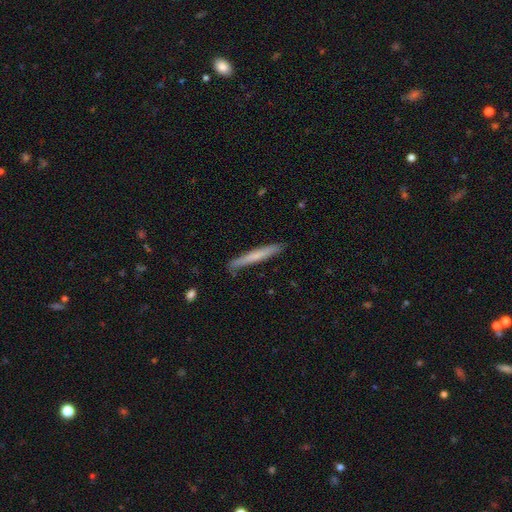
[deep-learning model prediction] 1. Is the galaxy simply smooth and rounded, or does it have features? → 61% smooth, 34% featured or disk, 5% star or artifact.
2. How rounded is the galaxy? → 97% cigar-shaped, 2% in between, 1% round.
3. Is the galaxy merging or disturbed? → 87% none, 10% minor disturbance, 2% major disturbance, 1% merger.